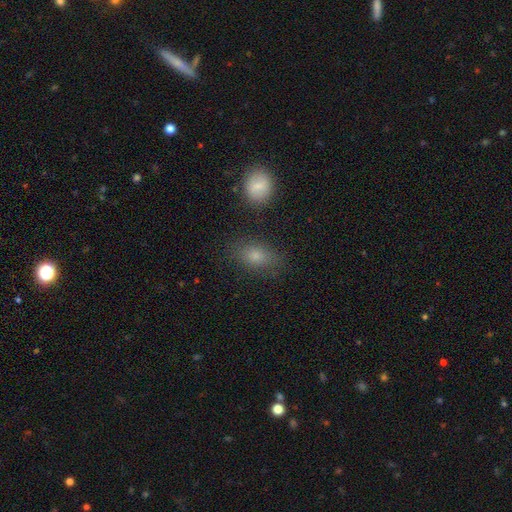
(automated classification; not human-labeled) Smooth or featured? smooth (78%)
How rounded? in between (83%)
Merging? none (78%)